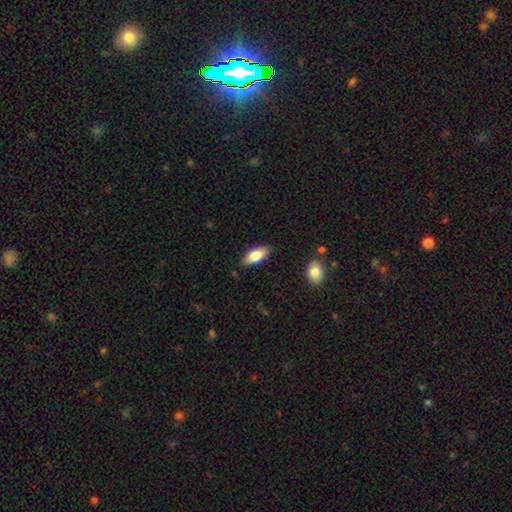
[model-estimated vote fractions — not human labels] Smooth or featured? Predicted: smooth (p=0.82). How rounded? Predicted: in between (p=0.84). Merging? Predicted: none (p=0.86).